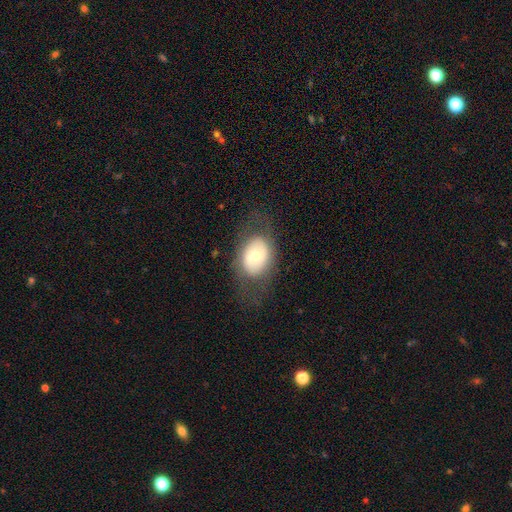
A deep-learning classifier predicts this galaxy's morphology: A smooth galaxy with no disk features (57%) that is in between round and cigar-shaped (68%).

Vote fractions:
- Smooth or featured? smooth: 57% / featured or disk: 34% / star or artifact: 8%
- How rounded? in between: 68% / round: 31% / cigar-shaped: 1%
- Merging? none: 68% / minor disturbance: 17% / major disturbance: 14% / merger: 1%